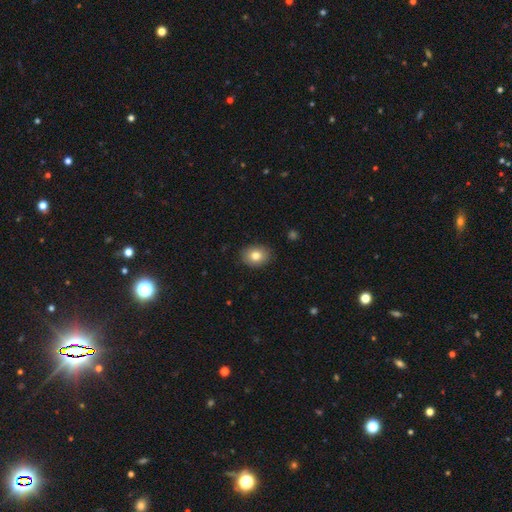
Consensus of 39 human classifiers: Smooth or featured? smooth (85%)
How rounded? in between (61%)
Merging? none (87%)